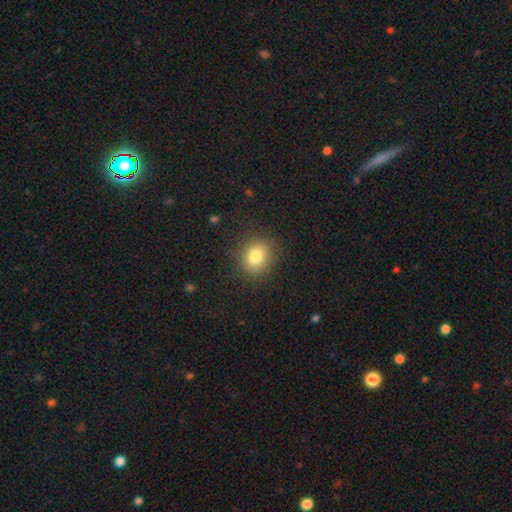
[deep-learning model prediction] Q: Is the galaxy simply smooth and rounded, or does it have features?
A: smooth — 81%.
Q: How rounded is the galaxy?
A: round — 67%.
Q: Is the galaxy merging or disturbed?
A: none — 86%.